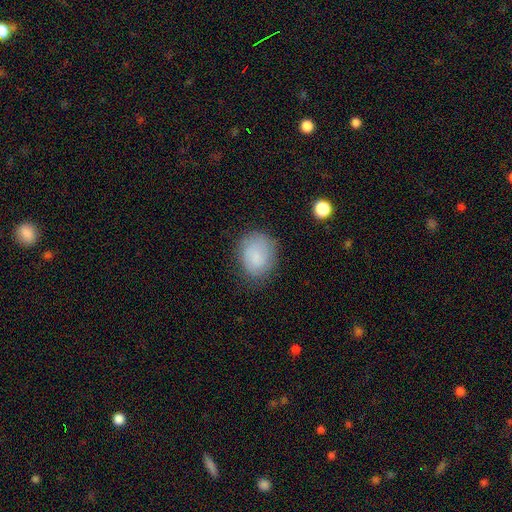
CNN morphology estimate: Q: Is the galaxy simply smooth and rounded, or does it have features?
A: smooth — 78%.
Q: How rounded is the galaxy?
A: in between — 53%.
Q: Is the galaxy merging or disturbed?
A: none — 72%.